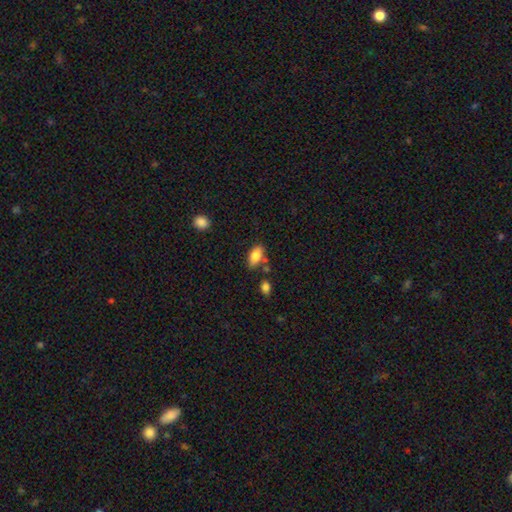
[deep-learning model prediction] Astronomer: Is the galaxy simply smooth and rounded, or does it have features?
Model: smooth — 83%.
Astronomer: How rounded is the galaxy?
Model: in between — 91%.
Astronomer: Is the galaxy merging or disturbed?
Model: none — 71%.